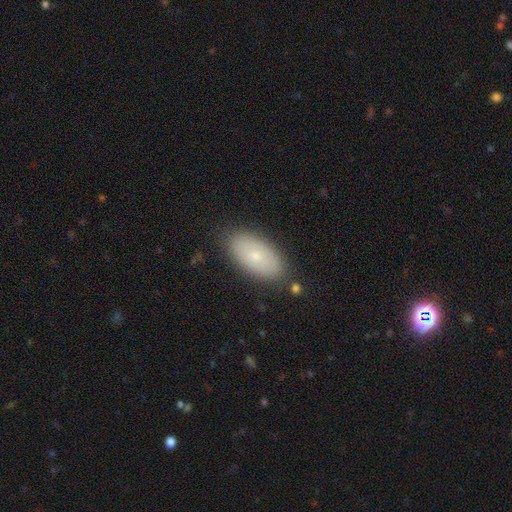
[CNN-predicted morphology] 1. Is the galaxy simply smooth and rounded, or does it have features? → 70% smooth, 22% featured or disk, 7% star or artifact.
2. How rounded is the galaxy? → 93% in between, 4% round, 3% cigar-shaped.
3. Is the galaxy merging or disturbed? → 84% none, 11% minor disturbance, 3% major disturbance, 2% merger.